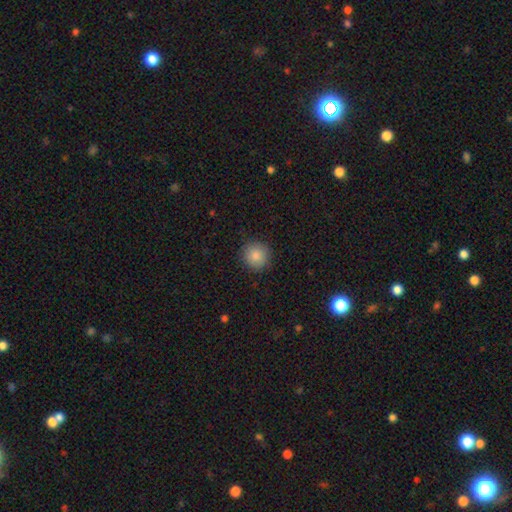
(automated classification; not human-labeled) Morphology: type=smooth (87%); roundness=round (94%); merging=none (90%).